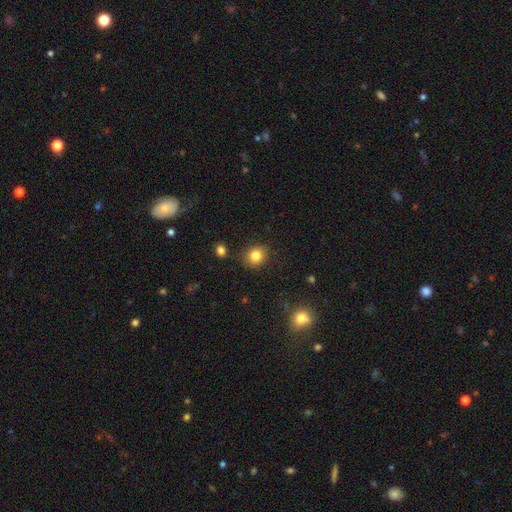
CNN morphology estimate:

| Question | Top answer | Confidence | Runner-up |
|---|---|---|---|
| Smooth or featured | smooth | 83% | star or artifact (11%) |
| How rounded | round | 79% | in between (20%) |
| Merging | none | 85% | minor disturbance (10%) |